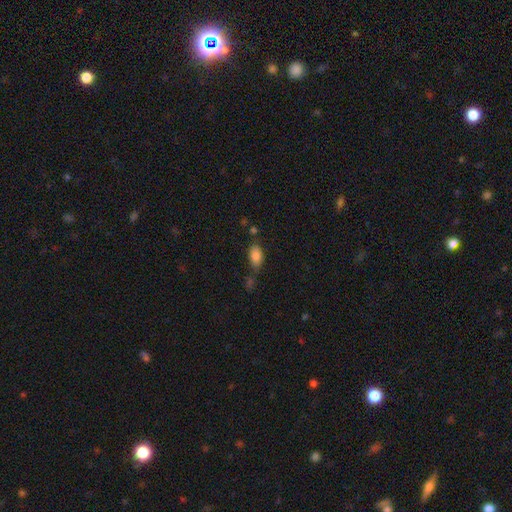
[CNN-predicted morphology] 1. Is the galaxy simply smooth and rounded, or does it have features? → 85% smooth, 9% star or artifact, 6% featured or disk.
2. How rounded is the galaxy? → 91% in between, 6% round, 3% cigar-shaped.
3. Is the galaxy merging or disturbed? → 56% none, 21% minor disturbance, 15% merger, 8% major disturbance.